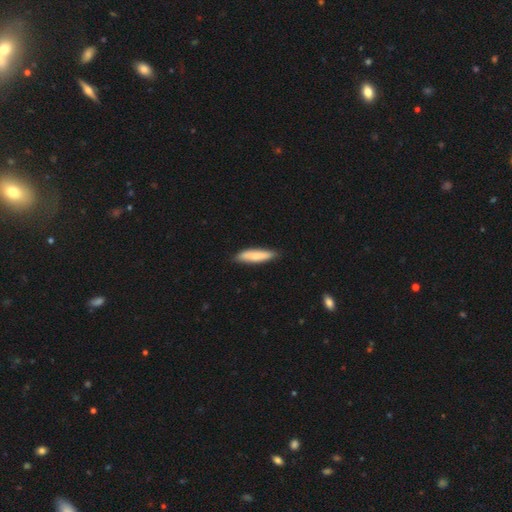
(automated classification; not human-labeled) This is likely a smooth galaxy (79%). How rounded: likely cigar-shaped (76%). Merging: clearly none (84%).